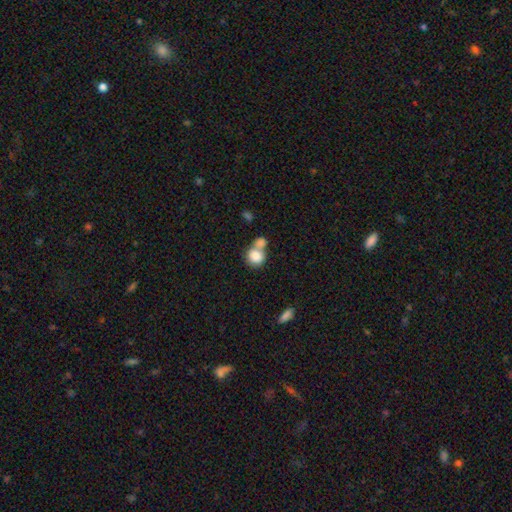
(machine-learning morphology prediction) type=smooth (83%); roundness=round (70%); merging=merger (58%).